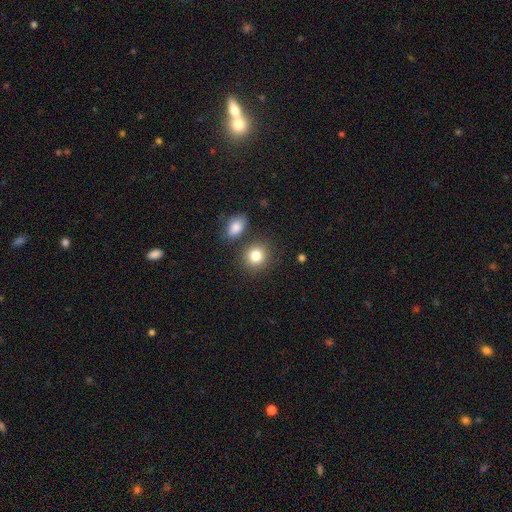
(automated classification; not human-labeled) smooth 83%, star or artifact 10%, featured or disk 7%. Down the decision tree: how rounded — round (79%); merging — none (78%).